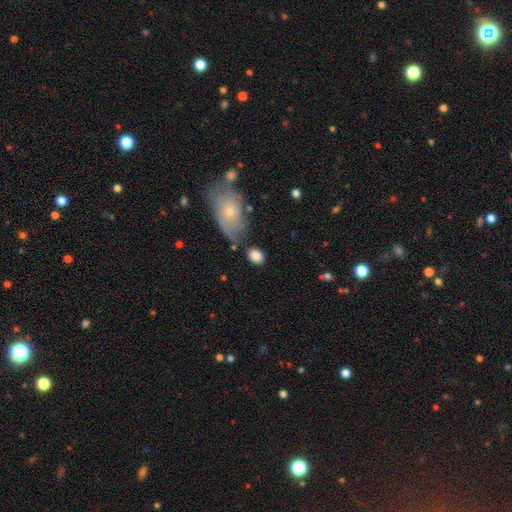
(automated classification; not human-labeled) smooth 85%, featured or disk 8%, star or artifact 8%. Down the decision tree: how rounded — in between (72%); merging — none (72%).